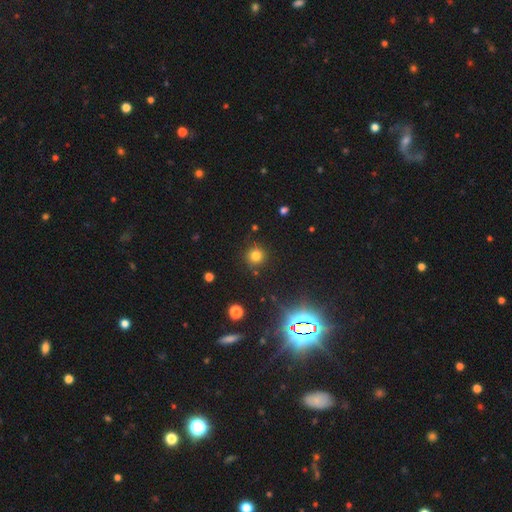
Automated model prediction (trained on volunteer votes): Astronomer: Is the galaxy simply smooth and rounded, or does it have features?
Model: smooth — 75%.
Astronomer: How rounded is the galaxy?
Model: round — 94%.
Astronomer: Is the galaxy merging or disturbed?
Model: none — 87%.